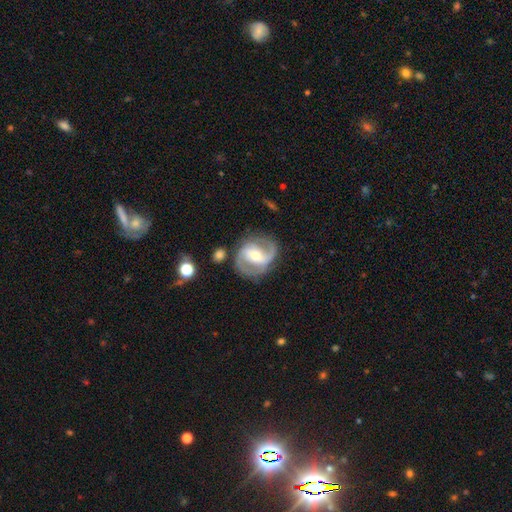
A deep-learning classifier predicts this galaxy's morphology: Smooth or featured? featured or disk (86%)
Edge-on disk? no (97%)
Bar? weak (39%)
Spiral arms? yes (94%)
Spiral winding? medium (53%)
Spiral arm count? 2 (89%)
Bulge size? moderate (60%)
Merging? none (78%)